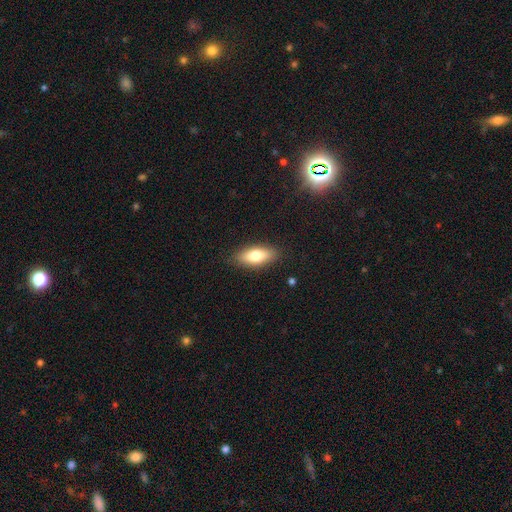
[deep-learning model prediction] The model was most divided on "smooth or featured": smooth: 75%, featured or disk: 18%, star or artifact: 7%. More confident: merging — none (87%); how rounded — in between (77%).